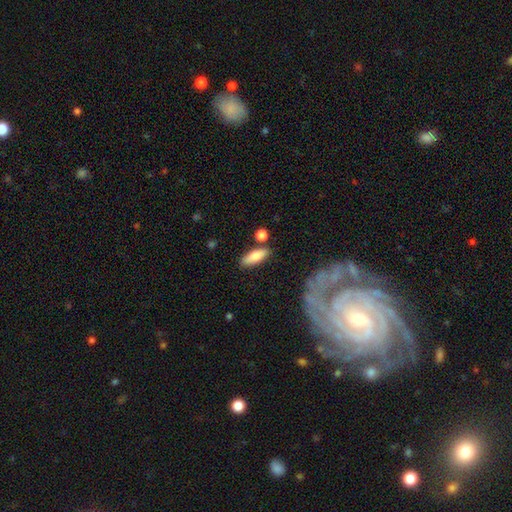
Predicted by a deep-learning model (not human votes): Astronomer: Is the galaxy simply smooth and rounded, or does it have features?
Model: smooth — 73%.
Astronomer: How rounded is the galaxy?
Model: in between — 62%.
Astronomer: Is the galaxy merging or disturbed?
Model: none — 79%.